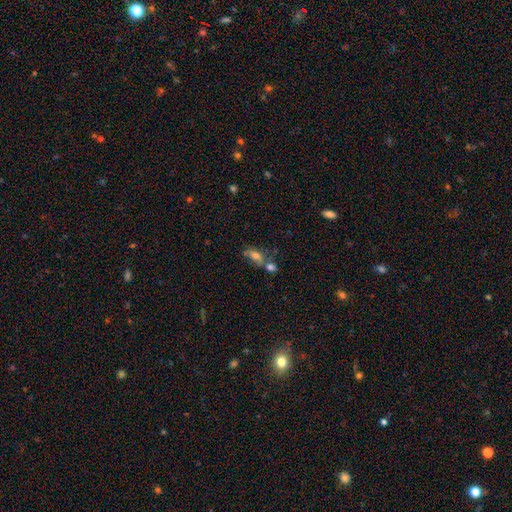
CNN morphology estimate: Q: Smooth or featured?
A: smooth (57%); runner-up: featured or disk (25%)
Q: How rounded?
A: in between (74%); runner-up: round (14%)
Q: Merging?
A: merger (41%); runner-up: none (34%)